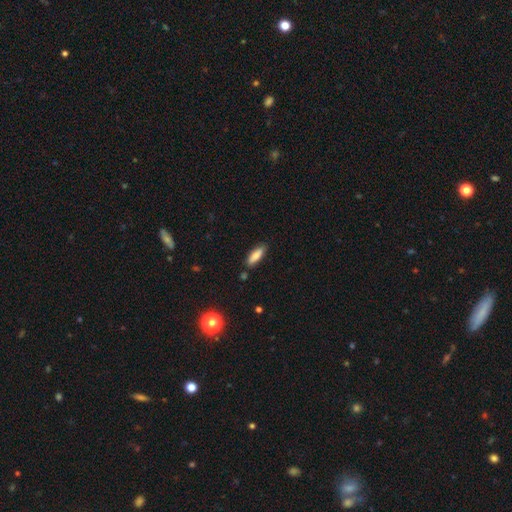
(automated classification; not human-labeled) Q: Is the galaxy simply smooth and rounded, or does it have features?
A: smooth — 81%.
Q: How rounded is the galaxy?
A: in between — 54%.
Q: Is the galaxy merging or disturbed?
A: none — 81%.